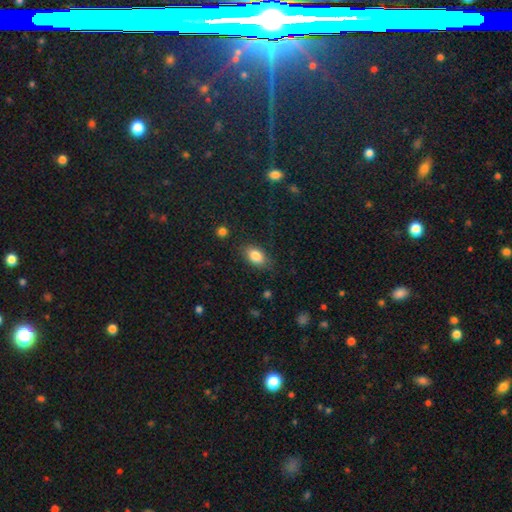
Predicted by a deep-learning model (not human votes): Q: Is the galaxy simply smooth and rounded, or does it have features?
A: smooth — 84%.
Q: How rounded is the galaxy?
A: in between — 88%.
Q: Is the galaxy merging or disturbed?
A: none — 80%.